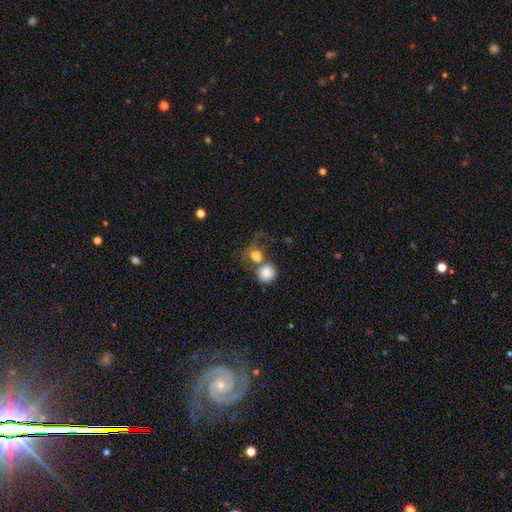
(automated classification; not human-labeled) Q: Smooth or featured?
A: smooth (79%); runner-up: featured or disk (11%)
Q: How rounded?
A: round (81%); runner-up: in between (18%)
Q: Merging?
A: merger (43%); runner-up: none (37%)